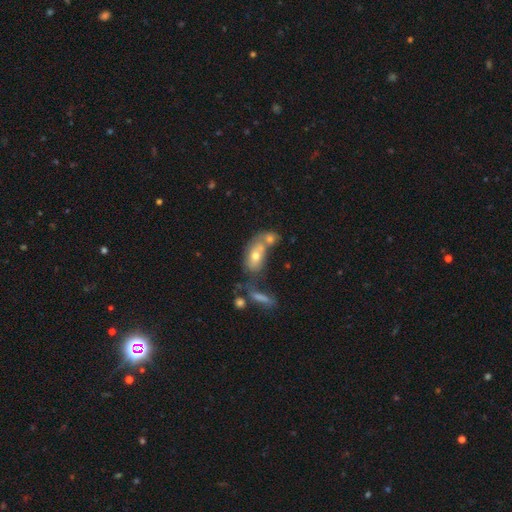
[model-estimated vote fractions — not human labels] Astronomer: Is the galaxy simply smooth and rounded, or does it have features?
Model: smooth — 57% (runner-up: featured or disk, 33%).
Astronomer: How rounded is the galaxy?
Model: in between — 84%.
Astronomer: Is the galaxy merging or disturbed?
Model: merger — 52% (runner-up: none, 29%).